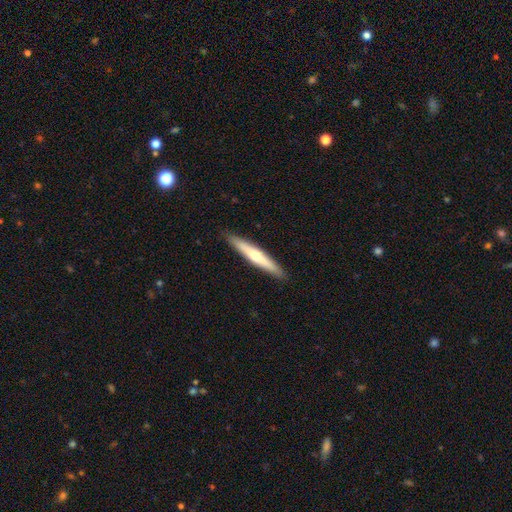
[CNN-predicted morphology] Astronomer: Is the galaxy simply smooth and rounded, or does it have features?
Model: featured or disk — 51% (runner-up: smooth, 44%).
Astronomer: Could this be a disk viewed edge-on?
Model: yes — 95%.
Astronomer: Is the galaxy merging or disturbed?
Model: none — 91%.